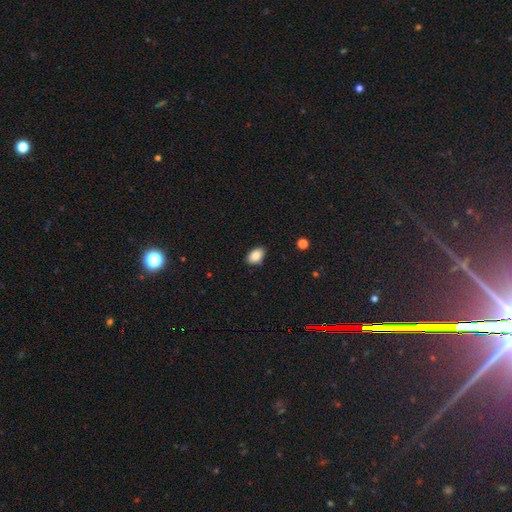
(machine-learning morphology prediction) Q: Smooth or featured?
A: smooth (87%); runner-up: star or artifact (8%)
Q: How rounded?
A: in between (90%); runner-up: round (9%)
Q: Merging?
A: none (84%); runner-up: minor disturbance (13%)